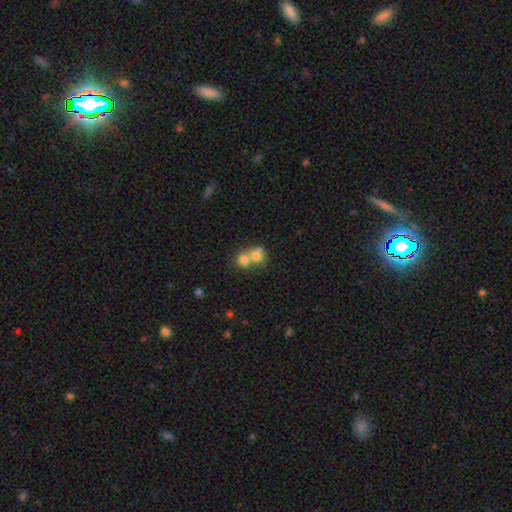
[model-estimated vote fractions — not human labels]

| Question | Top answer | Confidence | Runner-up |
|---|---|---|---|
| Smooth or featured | smooth | 71% | featured or disk (18%) |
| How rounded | round | 70% | in between (29%) |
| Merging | merger | 69% | none (23%) |